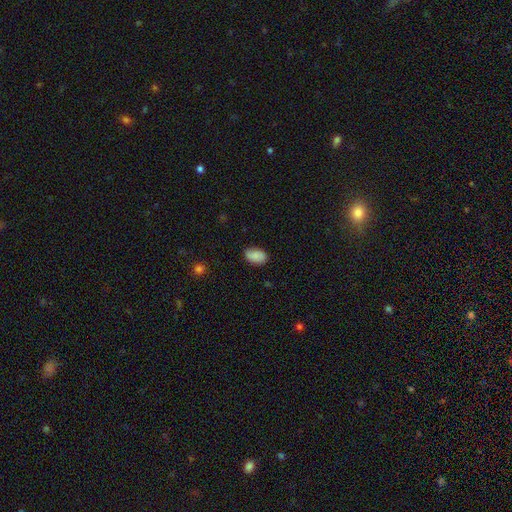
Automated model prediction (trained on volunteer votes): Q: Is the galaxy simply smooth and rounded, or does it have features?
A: smooth — 87%.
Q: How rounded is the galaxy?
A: in between — 92%.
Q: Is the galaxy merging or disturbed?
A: none — 79%.